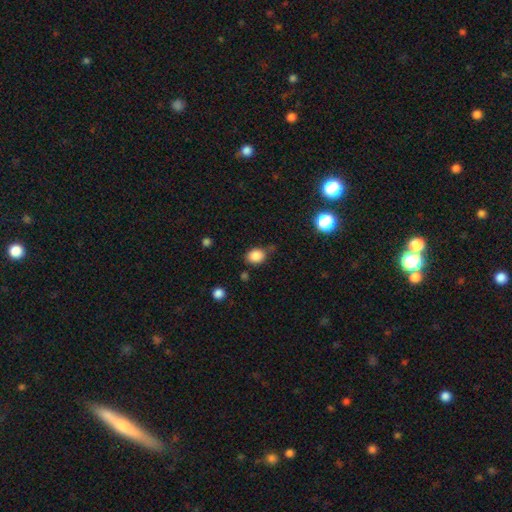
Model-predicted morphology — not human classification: type=smooth (85%); roundness=in between (53%); merging=none (72%).